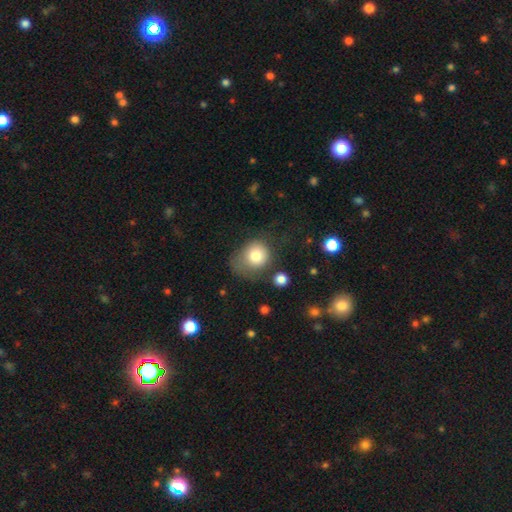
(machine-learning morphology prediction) A smooth galaxy with no disk features (78%) that is round (72%).

Vote fractions:
- Smooth or featured? smooth: 78% / featured or disk: 12% / star or artifact: 10%
- How rounded? round: 72% / in between: 27% / cigar-shaped: 1%
- Merging? none: 38% / minor disturbance: 30% / major disturbance: 26% / merger: 6%